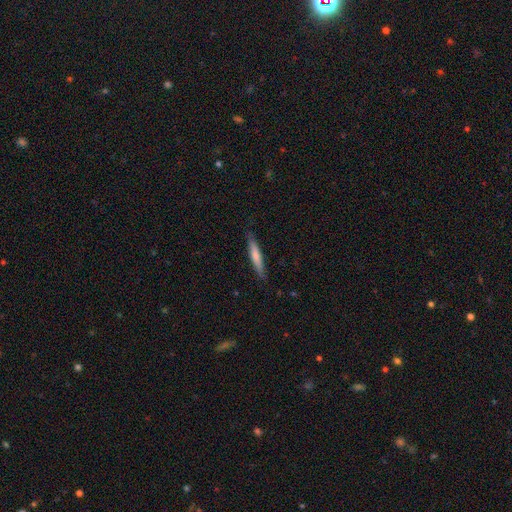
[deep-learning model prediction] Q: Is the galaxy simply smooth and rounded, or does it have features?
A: smooth — 66%.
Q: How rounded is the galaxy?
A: cigar-shaped — 92%.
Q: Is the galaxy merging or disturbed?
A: none — 86%.